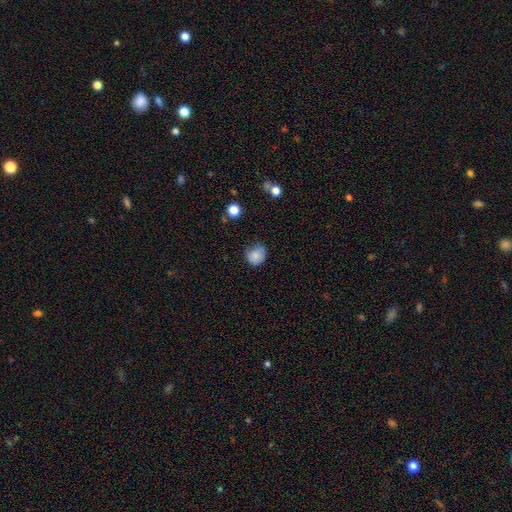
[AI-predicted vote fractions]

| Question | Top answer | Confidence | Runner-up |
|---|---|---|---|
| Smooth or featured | smooth | 80% | star or artifact (10%) |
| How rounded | round | 74% | in between (25%) |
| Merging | none | 57% | minor disturbance (34%) |